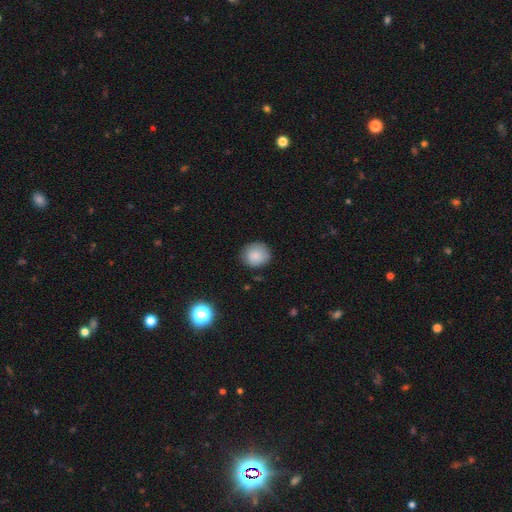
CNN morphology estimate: Overall: smooth (86%). How rounded: round (81%). Merging: none (82%).